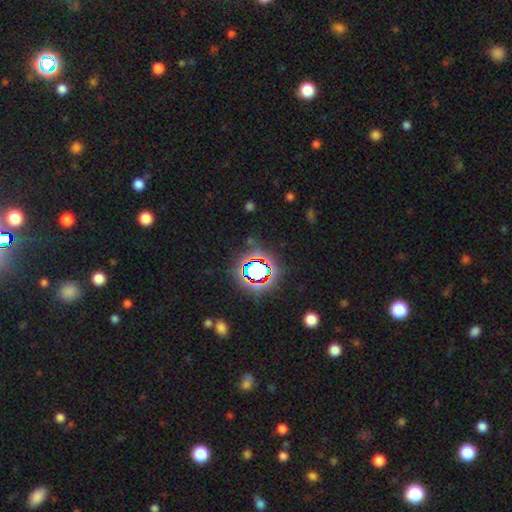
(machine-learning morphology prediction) Smooth or featured?
  - star or artifact: 81% *
  - smooth: 12%
  - featured or disk: 8%